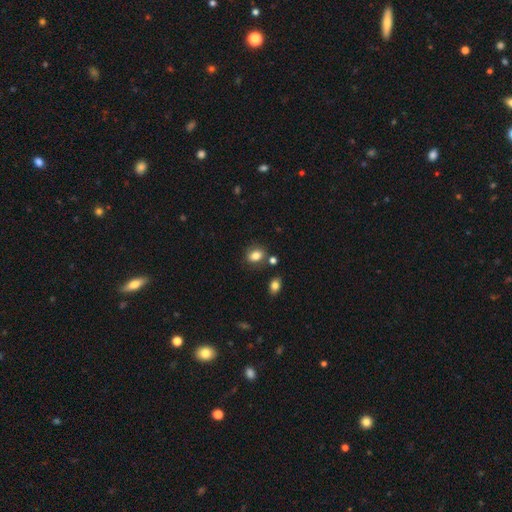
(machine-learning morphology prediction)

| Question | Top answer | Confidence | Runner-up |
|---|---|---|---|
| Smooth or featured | smooth | 83% | star or artifact (10%) |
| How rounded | in between | 63% | round (36%) |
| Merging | none | 76% | minor disturbance (13%) |